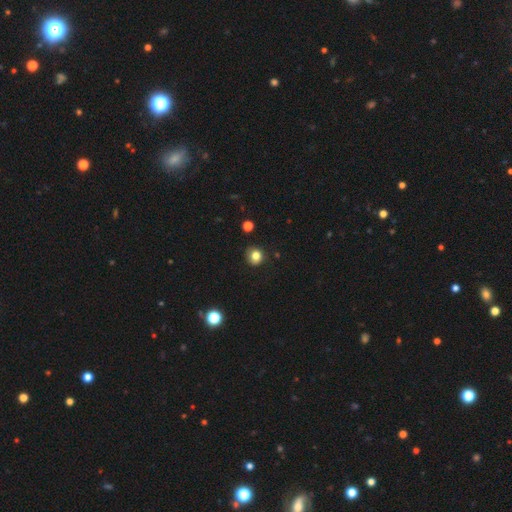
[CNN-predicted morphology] smooth 81%, star or artifact 12%, featured or disk 7%. Down the decision tree: how rounded — round (85%); merging — none (84%).